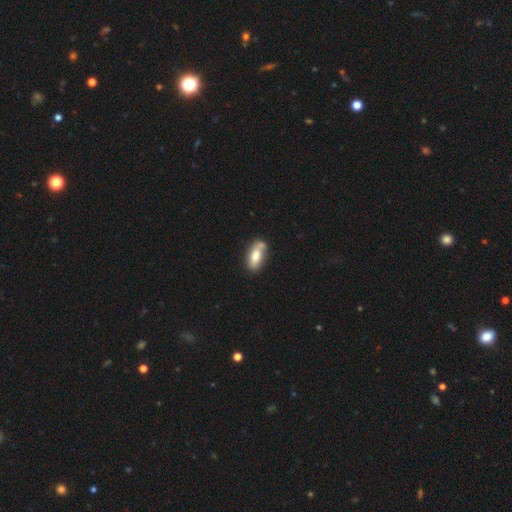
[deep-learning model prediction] Overall: smooth (73%). How rounded: in between (85%). Merging: none (53%; minor disturbance 23%).